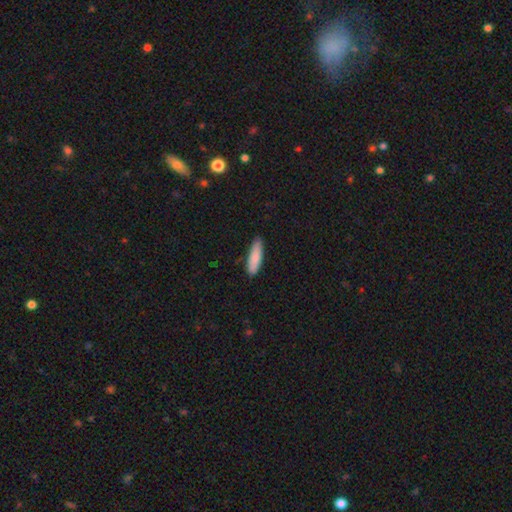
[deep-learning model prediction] This appears to be a smooth galaxy with no disk features (86%) that is cigar-shaped (66%). Merging: none (83%).